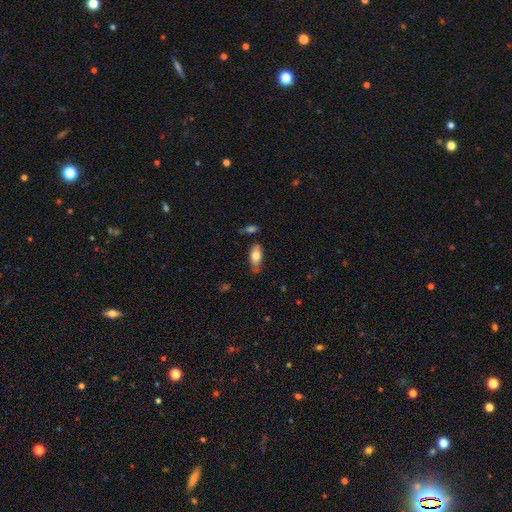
Overall: smooth (75%). How rounded: in between (80%). Merging: none (67%).